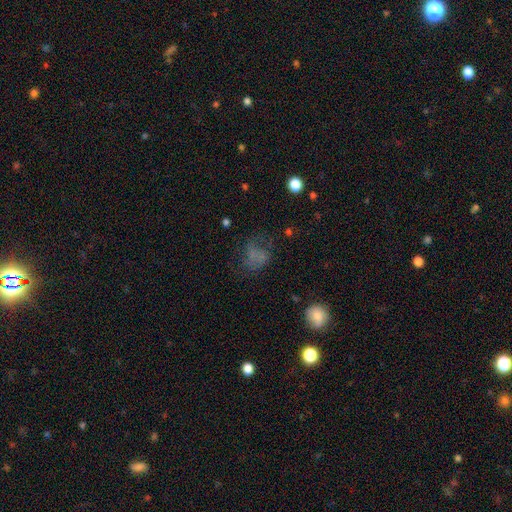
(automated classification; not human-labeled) This appears to be a smooth galaxy with no disk features (53%) that is in between round and cigar-shaped (50%). Merging: none (46%).